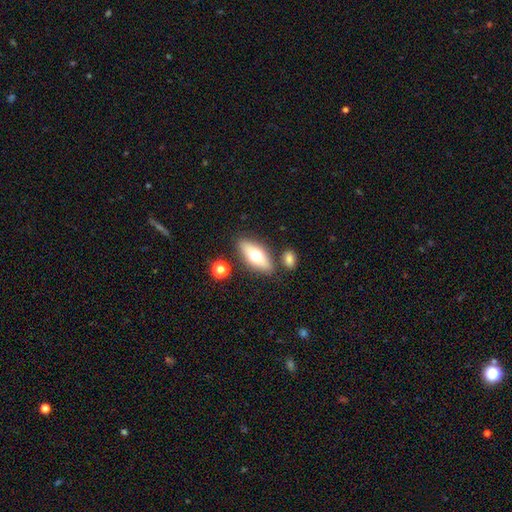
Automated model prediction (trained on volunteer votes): smooth 60%, featured or disk 33%, star or artifact 7%. Down the decision tree: how rounded — in between (74%); merging — none (80%).